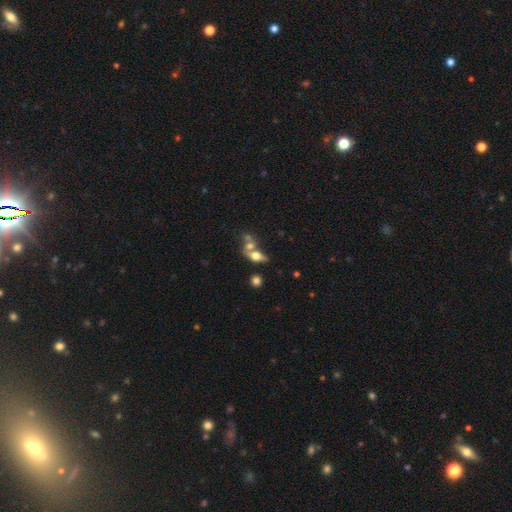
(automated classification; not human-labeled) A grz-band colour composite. It shows a smooth galaxy with no disk features (56%) that is in between round and cigar-shaped (66%). Merging: merger (52%).